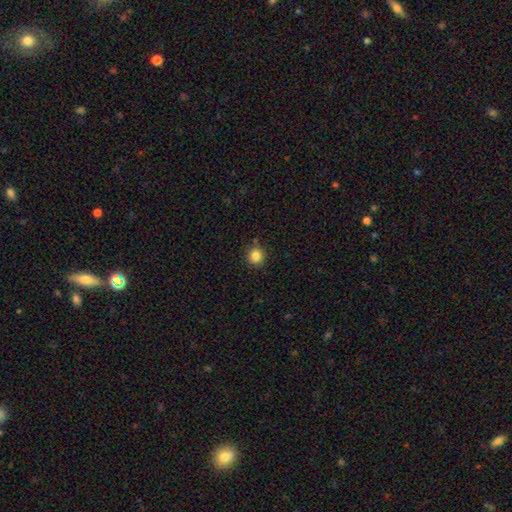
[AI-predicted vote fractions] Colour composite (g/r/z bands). It shows a smooth galaxy with no disk features (84%) that is round (91%). Merging: none (87%).